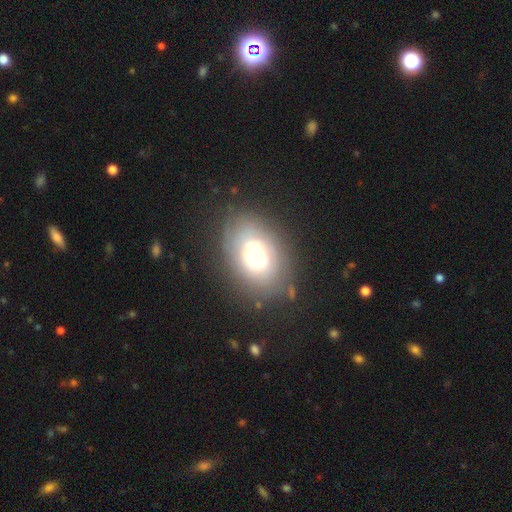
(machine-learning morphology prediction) smooth-or-featured: smooth: 51% | featured or disk: 38% | star or artifact: 11%
  how-rounded: in between: 73% | round: 26% | cigar-shaped: 1%
  merging: none: 70% | minor disturbance: 18% | major disturbance: 10% | merger: 2%